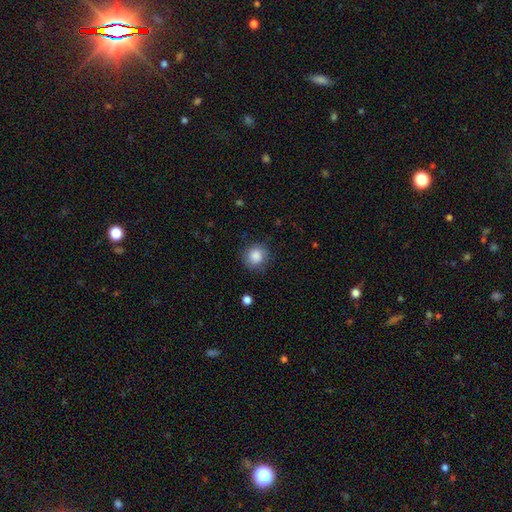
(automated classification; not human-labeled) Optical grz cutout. It shows a smooth galaxy with no disk features (86%) that is round (87%). Merging: none (84%).